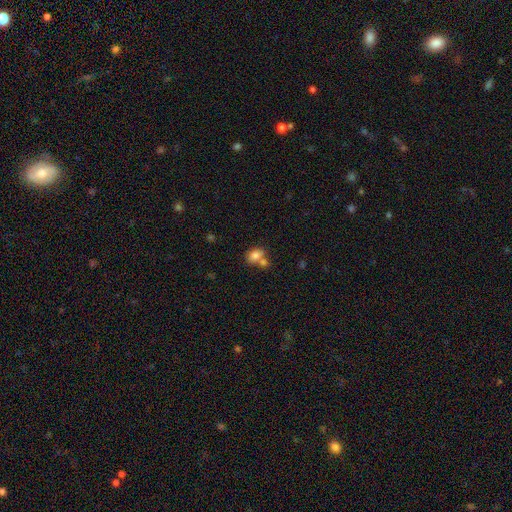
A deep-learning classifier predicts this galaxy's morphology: Smooth or featured?
  - smooth: 80% *
  - featured or disk: 10%
  - star or artifact: 10%
How rounded?
  - in between: 64% *
  - round: 35%
  - cigar-shaped: 1%
Merging?
  - none: 44% *
  - merger: 41%
  - minor disturbance: 11%
  - major disturbance: 4%